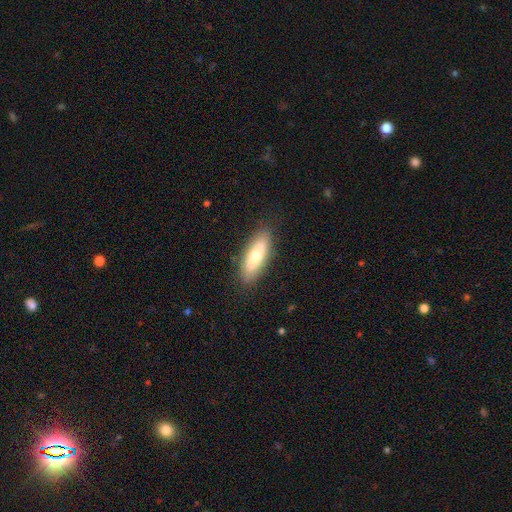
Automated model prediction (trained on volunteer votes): Morphology: type=smooth (65%); roundness=in between (62%); merging=none (85%).